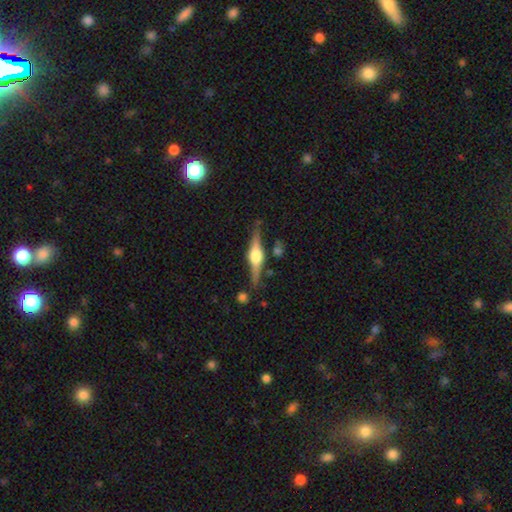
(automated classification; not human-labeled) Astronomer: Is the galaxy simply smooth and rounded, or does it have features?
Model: featured or disk — 80%.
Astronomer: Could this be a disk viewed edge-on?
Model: yes — 97%.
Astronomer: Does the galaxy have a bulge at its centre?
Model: rounded — 93%.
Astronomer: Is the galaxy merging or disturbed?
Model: none — 82%.